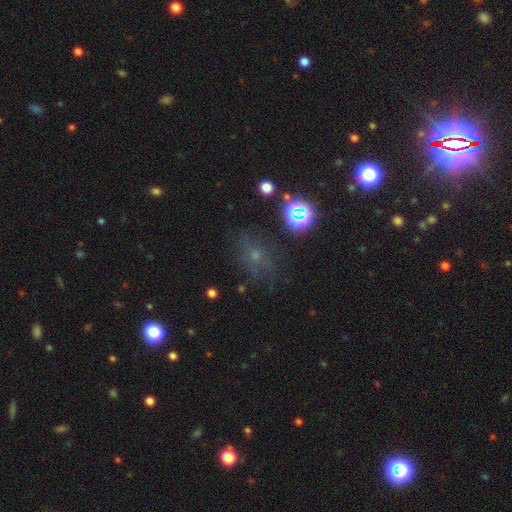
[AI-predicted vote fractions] Smooth or featured: smooth — 40% (star or artifact — 37%)
Merging: none — 66% (minor disturbance — 19%)